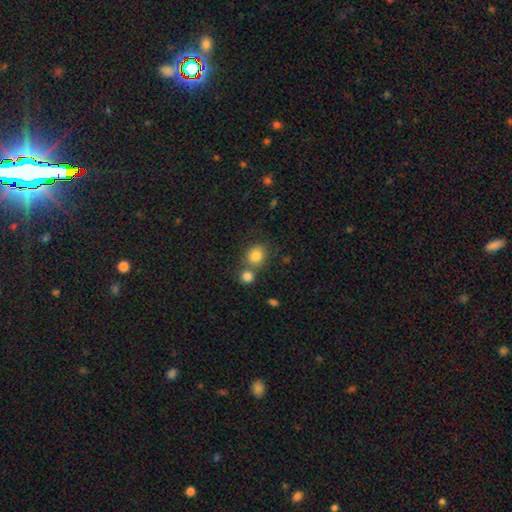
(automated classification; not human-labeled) Smooth or featured? Predicted: smooth (p=0.81). How rounded? Predicted: round (p=0.78). Merging? Predicted: none (p=0.59).